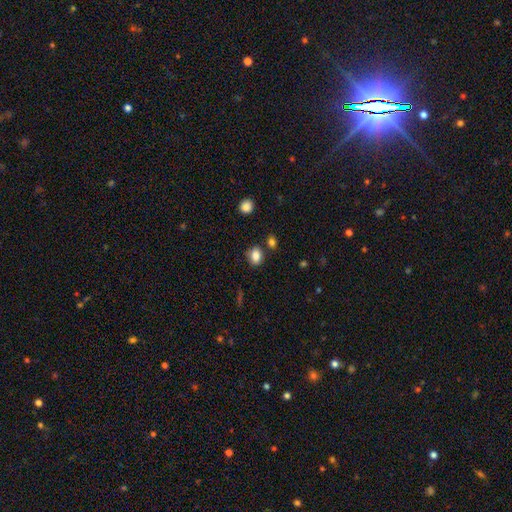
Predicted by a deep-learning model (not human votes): Smooth or featured?
  - smooth: 84% *
  - star or artifact: 10%
  - featured or disk: 6%
How rounded?
  - in between: 58% *
  - round: 41%
  - cigar-shaped: 1%
Merging?
  - none: 78% *
  - minor disturbance: 13%
  - merger: 6%
  - major disturbance: 3%